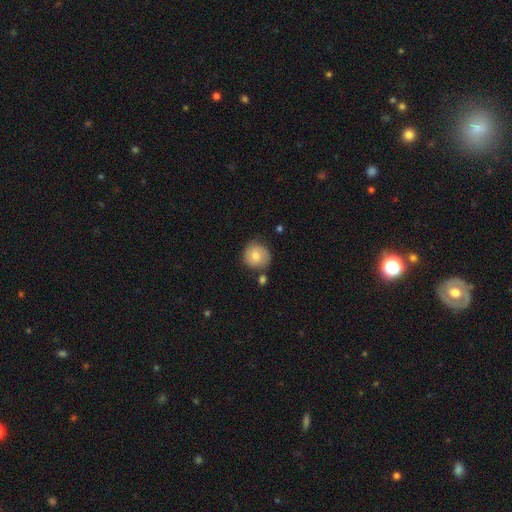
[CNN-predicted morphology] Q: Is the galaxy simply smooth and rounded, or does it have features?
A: smooth — 73%.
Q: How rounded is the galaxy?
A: round — 90%.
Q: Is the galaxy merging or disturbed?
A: none — 74%.